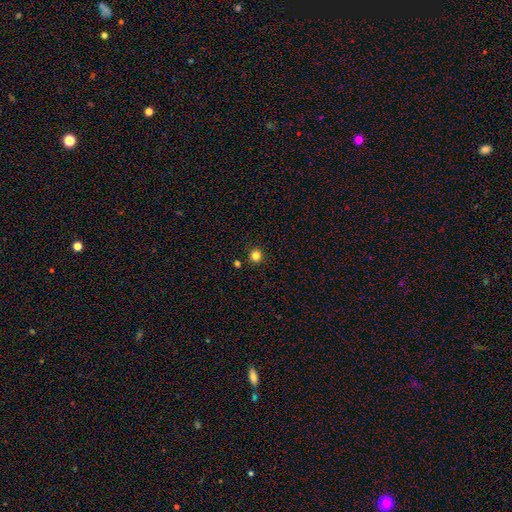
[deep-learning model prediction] A smooth galaxy with no disk features (83%) that is round (93%). Merging: none (90%).